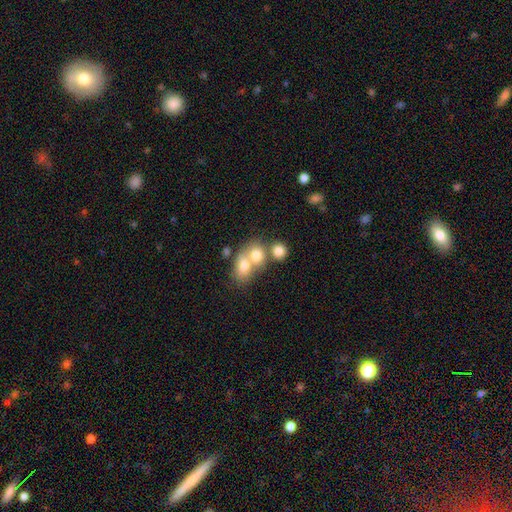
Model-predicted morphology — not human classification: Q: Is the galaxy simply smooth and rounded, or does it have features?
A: smooth — 72%.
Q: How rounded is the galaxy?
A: round — 50%.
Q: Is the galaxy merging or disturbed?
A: merger — 62%.